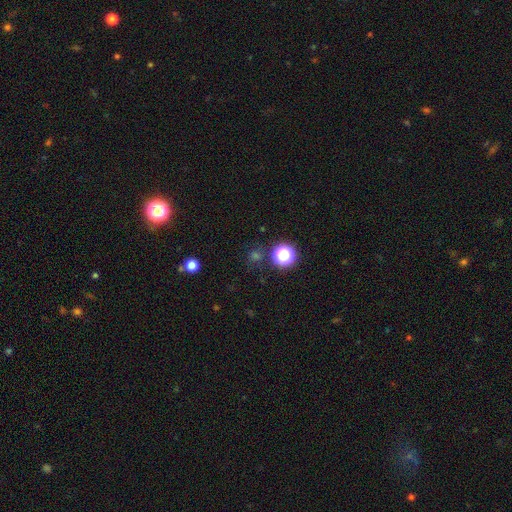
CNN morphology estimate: A star or artifact, not a galaxy (49%).

Vote fractions:
- Smooth or featured? star or artifact: 49% / smooth: 44% / featured or disk: 7%